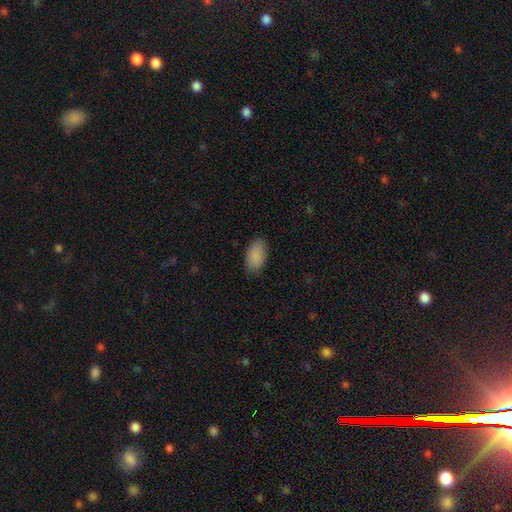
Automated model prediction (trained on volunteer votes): Smooth or featured: smooth — 89% (star or artifact — 7%)
How rounded: in between — 94% (round — 4%)
Merging: none — 85% (minor disturbance — 11%)